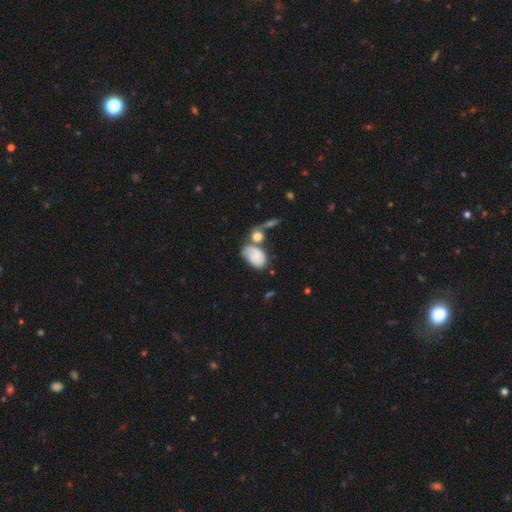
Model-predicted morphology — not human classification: Smooth or featured?
  - smooth: 54% *
  - featured or disk: 37%
  - star or artifact: 9%
How rounded?
  - in between: 86% *
  - round: 12%
  - cigar-shaped: 2%
Merging?
  - none: 34% *
  - merger: 32%
  - minor disturbance: 21%
  - major disturbance: 12%